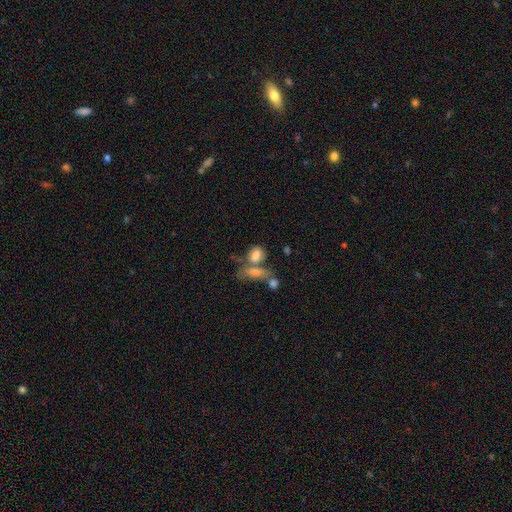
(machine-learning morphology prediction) Smooth or featured: smooth — 77% (featured or disk — 13%)
How rounded: in between — 81% (round — 14%)
Merging: merger — 45% (none — 32%)